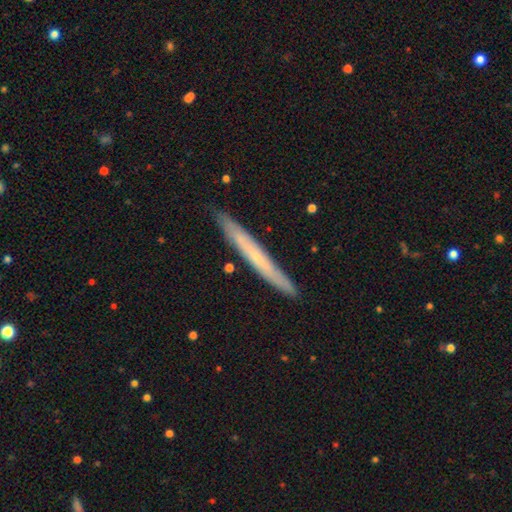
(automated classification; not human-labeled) This appears to be a featured or disk galaxy (47%). Merging: none (90%).